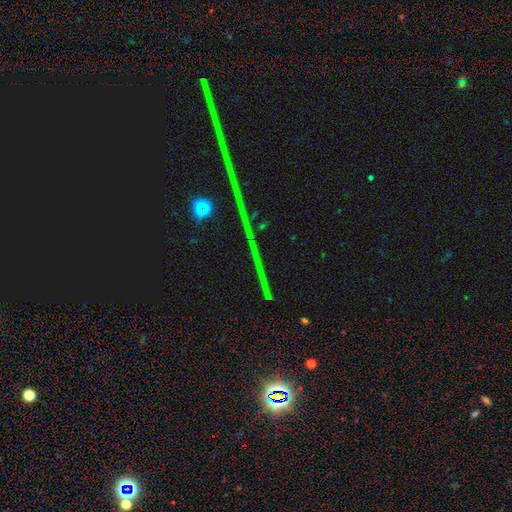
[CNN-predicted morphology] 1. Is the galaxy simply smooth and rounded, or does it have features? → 85% star or artifact, 8% featured or disk, 7% smooth.